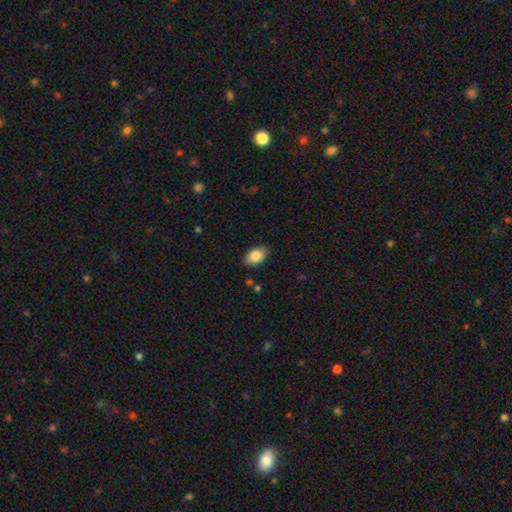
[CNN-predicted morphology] smooth 85%, featured or disk 8%, star or artifact 7%. Down the decision tree: how rounded — in between (89%); merging — none (83%).